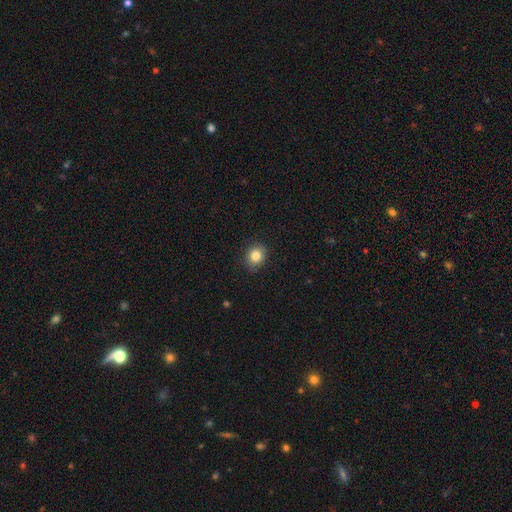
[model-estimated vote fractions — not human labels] Smooth or featured? smooth (84%)
How rounded? round (71%)
Merging? none (87%)